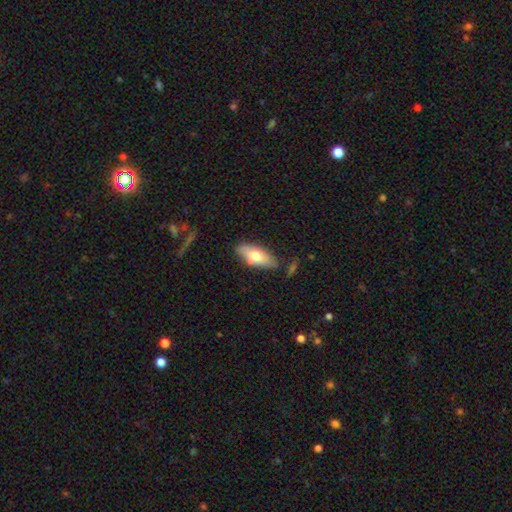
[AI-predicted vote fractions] This is likely a smooth galaxy (67%). How rounded: clearly in between (82%). Merging: likely none (74%).